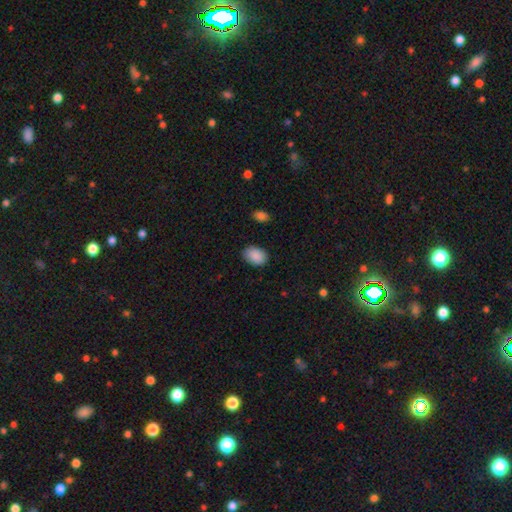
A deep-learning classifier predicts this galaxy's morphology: smooth 90%, star or artifact 7%, featured or disk 3%. Down the decision tree: how rounded — in between (80%); merging — none (85%).